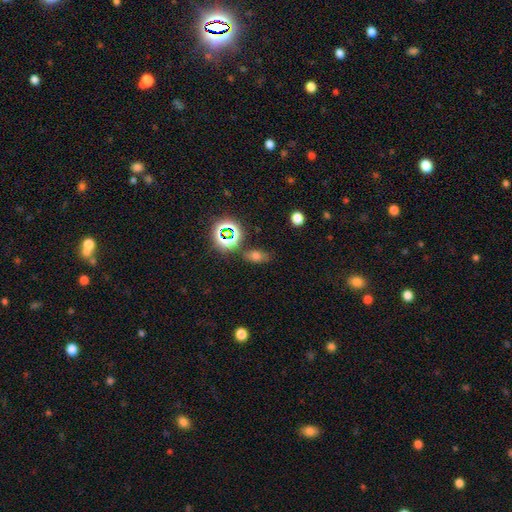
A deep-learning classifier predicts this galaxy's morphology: smooth_or_featured: smooth (p=0.61) [alt: star or artifact p=0.27]
how_rounded: in between (p=0.80) [alt: round p=0.15]
merging: none (p=0.74) [alt: minor disturbance p=0.15]